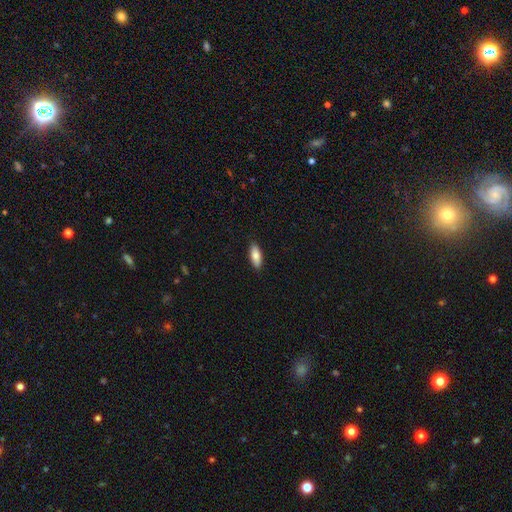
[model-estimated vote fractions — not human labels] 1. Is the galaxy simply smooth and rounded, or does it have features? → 83% smooth, 11% featured or disk, 6% star or artifact.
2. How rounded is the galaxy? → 76% in between, 22% cigar-shaped, 2% round.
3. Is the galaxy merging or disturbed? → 89% none, 8% minor disturbance, 2% major disturbance, 1% merger.